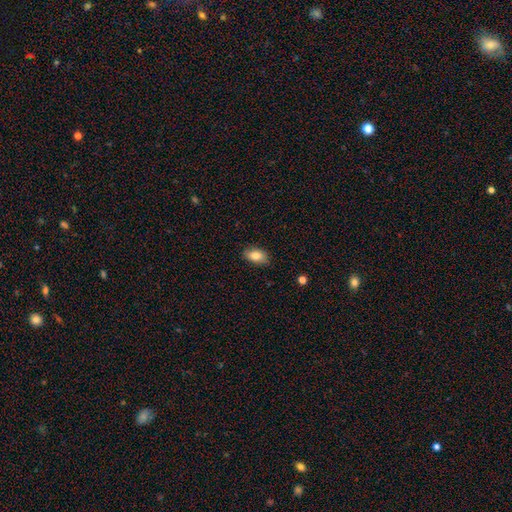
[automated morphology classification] type=smooth (83%); roundness=in between (90%); merging=none (84%).